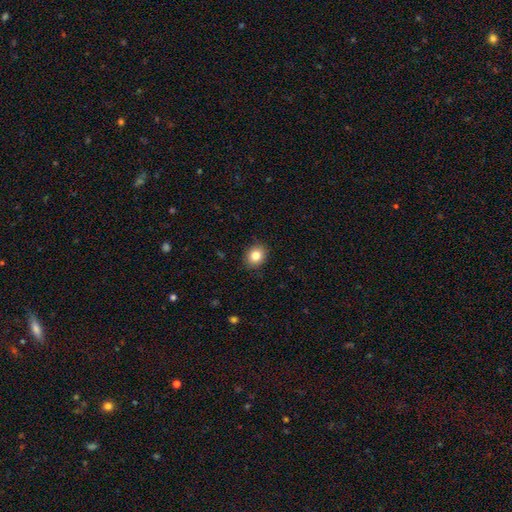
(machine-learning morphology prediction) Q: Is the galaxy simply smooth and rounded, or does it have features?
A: smooth — 83%.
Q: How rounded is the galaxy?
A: round — 67%.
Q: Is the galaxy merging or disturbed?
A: none — 89%.